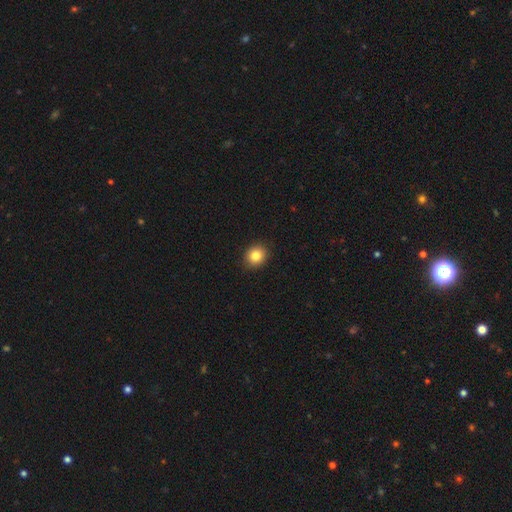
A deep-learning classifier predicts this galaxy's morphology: smooth_or_featured: smooth (p=0.84) [alt: star or artifact p=0.10]
how_rounded: round (p=0.69) [alt: in between p=0.30]
merging: none (p=0.90) [alt: minor disturbance p=0.07]